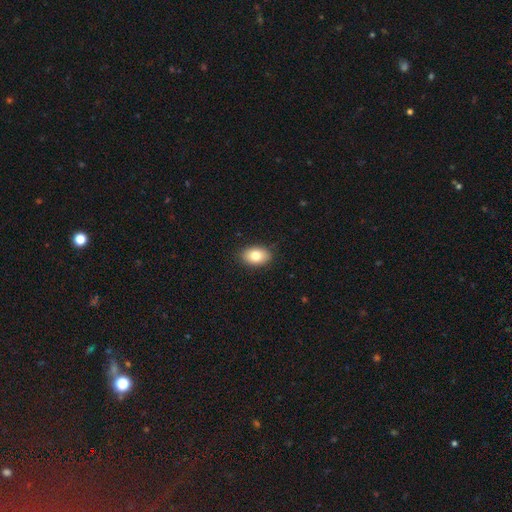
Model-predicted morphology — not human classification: type=smooth (81%); roundness=in between (86%); merging=none (88%).